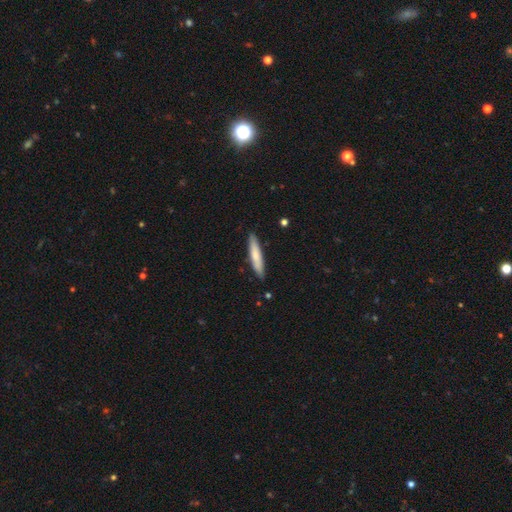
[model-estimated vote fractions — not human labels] A smooth galaxy with no disk features (72%) that is cigar-shaped (90%).

Vote fractions:
- Smooth or featured? smooth: 72% / featured or disk: 23% / star or artifact: 5%
- How rounded? cigar-shaped: 90% / in between: 9% / round: 1%
- Merging? none: 88% / minor disturbance: 9% / major disturbance: 2% / merger: 1%